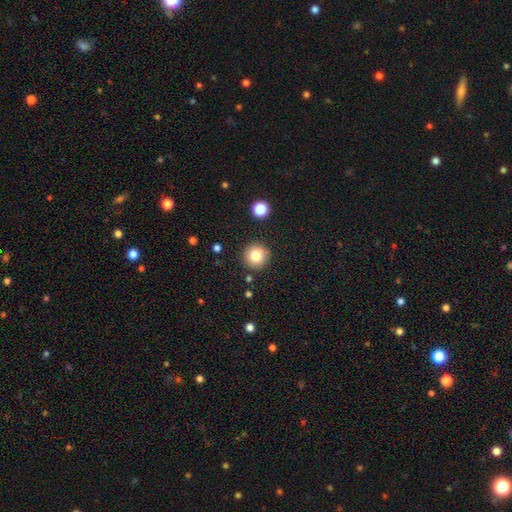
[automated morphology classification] The model was most divided on "smooth or featured": smooth: 78%, star or artifact: 11%, featured or disk: 10%. More confident: how rounded — round (95%); merging — none (87%).